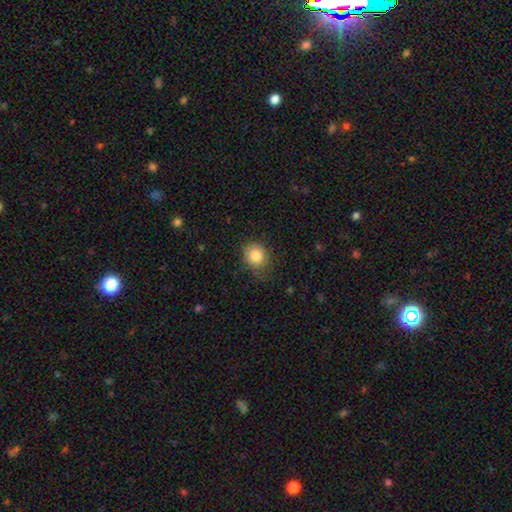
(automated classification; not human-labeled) smooth_or_featured: smooth (p=0.84) [alt: star or artifact p=0.09]
how_rounded: round (p=0.69) [alt: in between p=0.30]
merging: none (p=0.74) [alt: minor disturbance p=0.20]